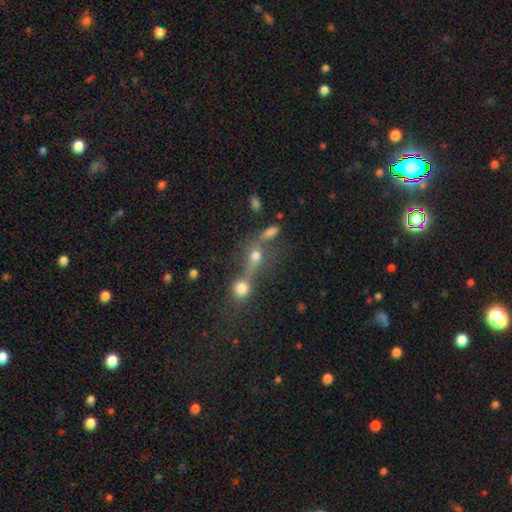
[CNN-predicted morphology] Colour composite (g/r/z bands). It shows a smooth galaxy with no disk features (64%) that is round (49%). Merging: merger (51%).